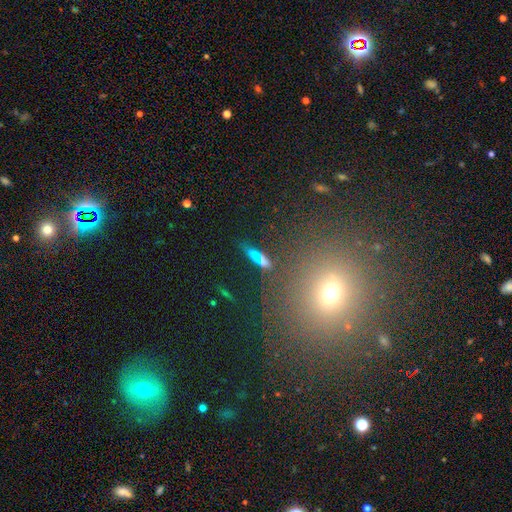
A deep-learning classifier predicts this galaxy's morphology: This appears to be a smooth galaxy with no disk features (58%) that is cigar-shaped (57%). Merging: none (66%).